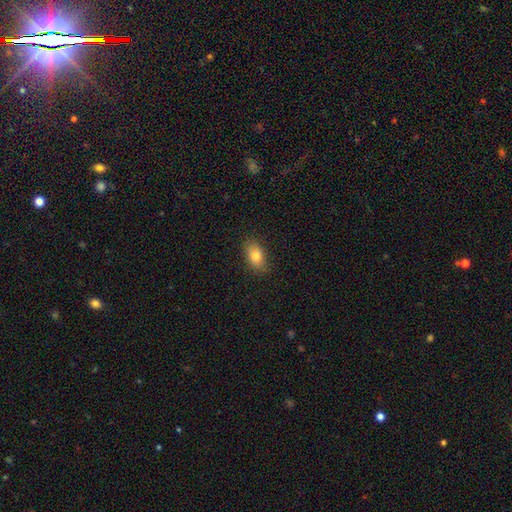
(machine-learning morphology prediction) type=smooth (80%); roundness=in between (88%); merging=none (86%).